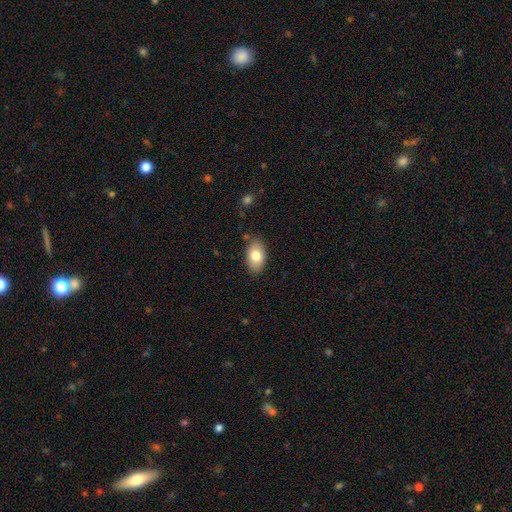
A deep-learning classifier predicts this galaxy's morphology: Smooth or featured? Predicted: smooth (p=0.79). How rounded? Predicted: in between (p=0.91). Merging? Predicted: none (p=0.82).